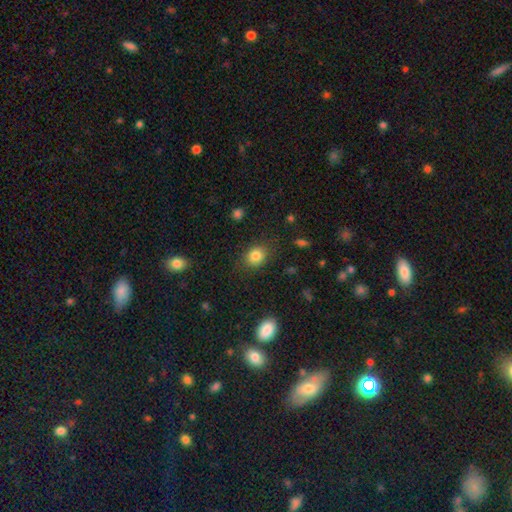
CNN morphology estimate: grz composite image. It shows a smooth galaxy with no disk features (82%) that is round (57%). Merging: none (83%).